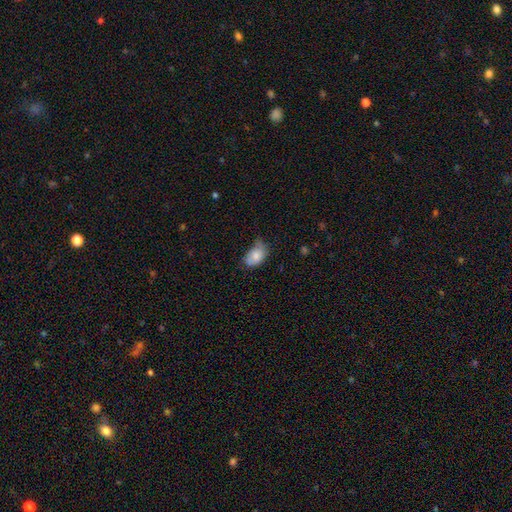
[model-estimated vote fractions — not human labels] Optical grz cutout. It shows a smooth galaxy with no disk features (79%) that is in between round and cigar-shaped (87%). Merging: minor disturbance (45%).